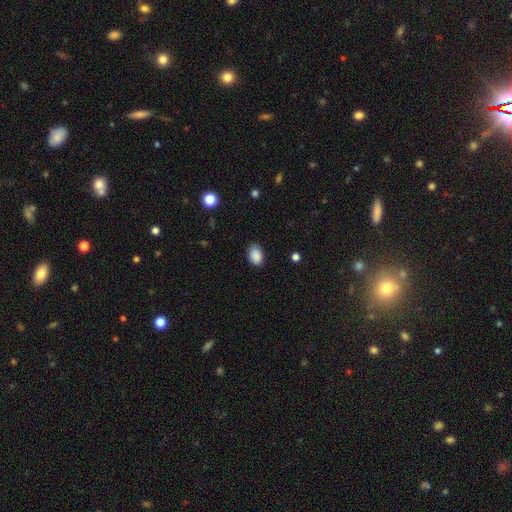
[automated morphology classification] This is clearly a smooth galaxy (89%). How rounded: clearly in between (82%). Merging: clearly none (83%).